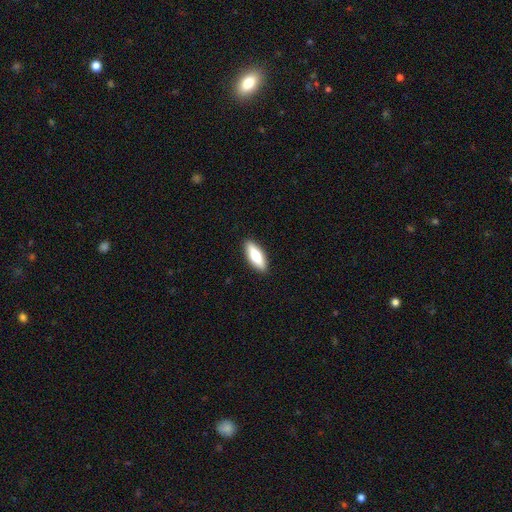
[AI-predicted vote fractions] This appears to be a smooth galaxy with no disk features (65%) that is in between round and cigar-shaped (60%). Merging: none (90%).